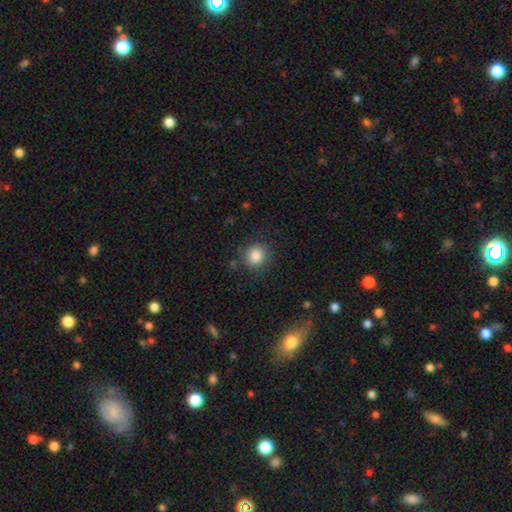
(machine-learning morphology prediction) The model was most divided on "how rounded": round: 82%, in between: 17%, cigar-shaped: 1%. More confident: smooth or featured — smooth (85%); merging — none (82%).